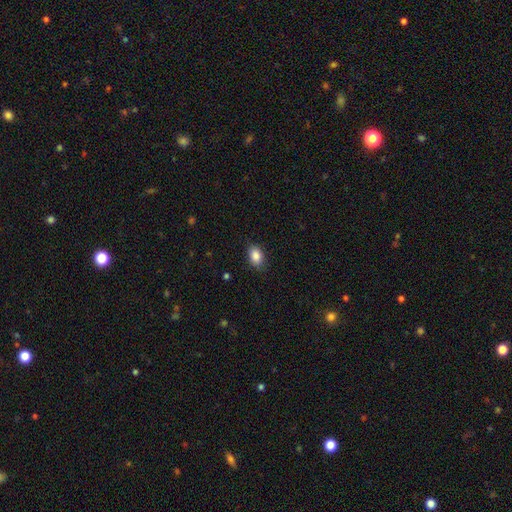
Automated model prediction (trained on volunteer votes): Q: Smooth or featured?
A: smooth (88%); runner-up: star or artifact (8%)
Q: How rounded?
A: in between (85%); runner-up: round (13%)
Q: Merging?
A: none (86%); runner-up: minor disturbance (11%)